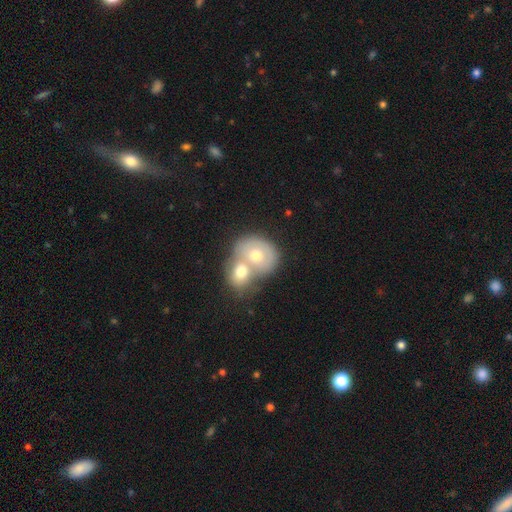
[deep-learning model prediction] Smooth or featured? Predicted: smooth (p=0.57). How rounded? Predicted: round (p=0.61). Merging? Predicted: merger (p=0.76).